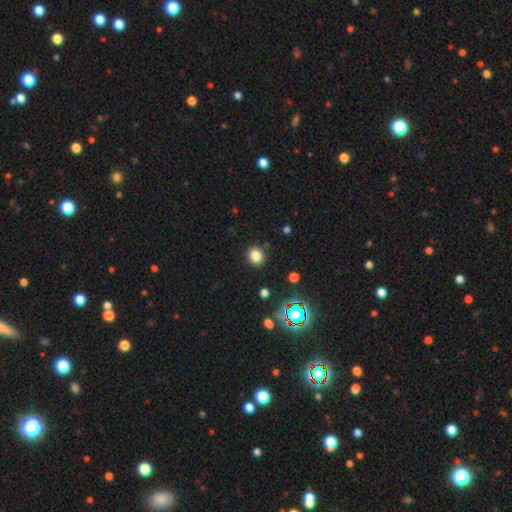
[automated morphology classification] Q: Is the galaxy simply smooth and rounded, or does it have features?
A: smooth — 81%.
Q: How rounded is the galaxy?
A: round — 75%.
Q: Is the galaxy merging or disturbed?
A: none — 87%.